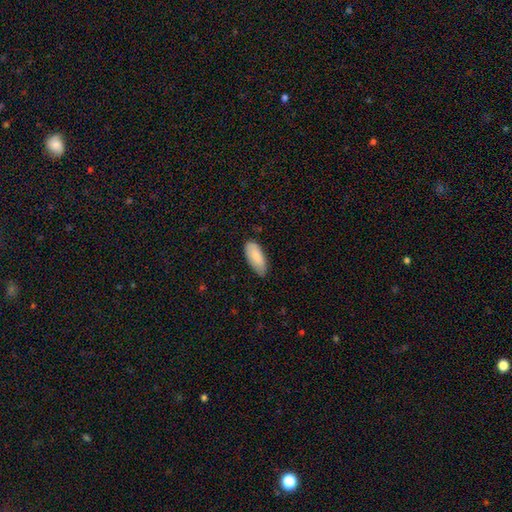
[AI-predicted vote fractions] smooth_or_featured: smooth (p=0.85) [alt: featured or disk p=0.09]
how_rounded: in between (p=0.86) [alt: cigar-shaped p=0.12]
merging: none (p=0.72) [alt: minor disturbance p=0.24]